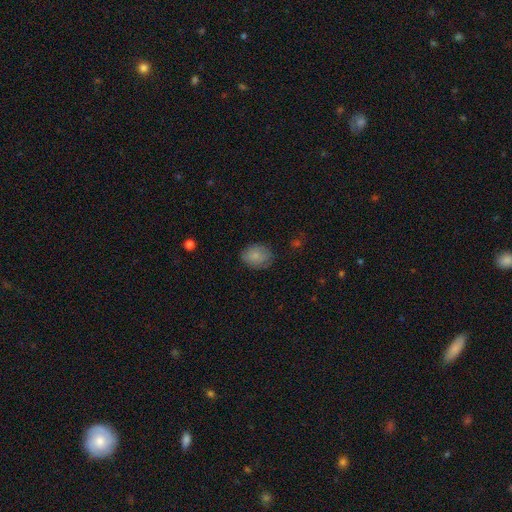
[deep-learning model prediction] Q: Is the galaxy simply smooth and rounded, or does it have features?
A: smooth — 77%.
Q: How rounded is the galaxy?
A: in between — 56%.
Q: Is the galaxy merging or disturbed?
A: none — 77%.